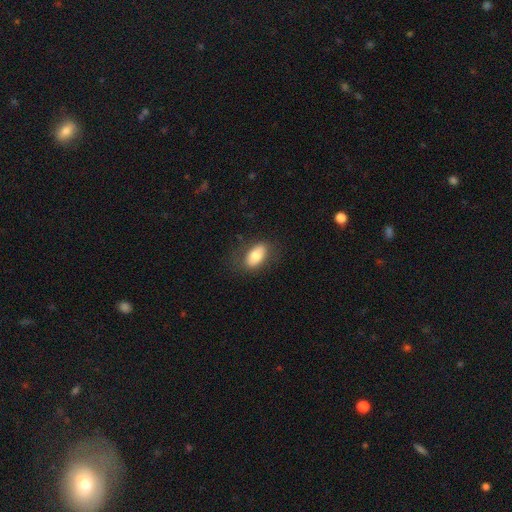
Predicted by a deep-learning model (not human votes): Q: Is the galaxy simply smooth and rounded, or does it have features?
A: smooth — 76%.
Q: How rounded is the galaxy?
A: in between — 90%.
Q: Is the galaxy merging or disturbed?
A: none — 78%.